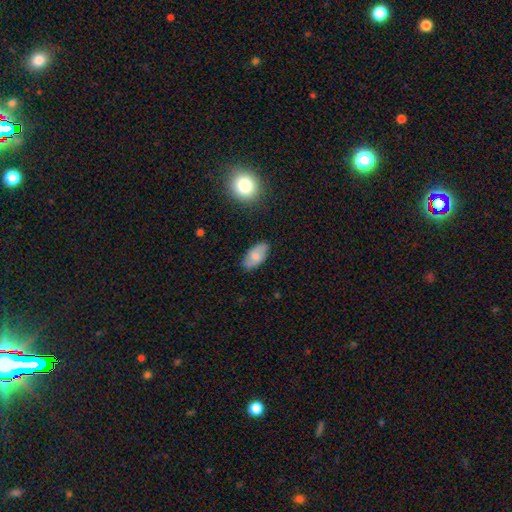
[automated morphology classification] This appears to be a smooth galaxy with no disk features (69%) that is in between round and cigar-shaped (93%). Merging: none (80%).